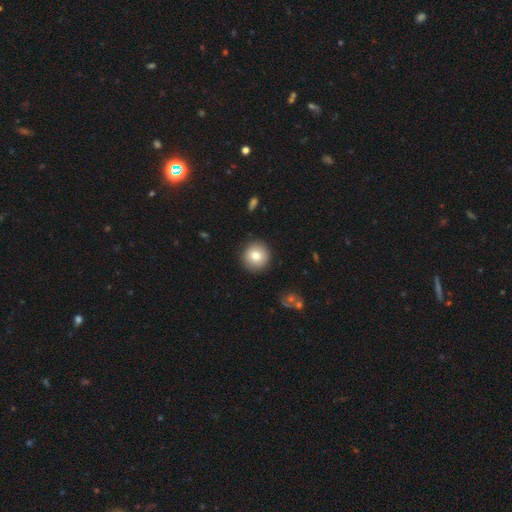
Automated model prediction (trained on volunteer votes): Smooth or featured? smooth (79%)
How rounded? round (95%)
Merging? none (91%)